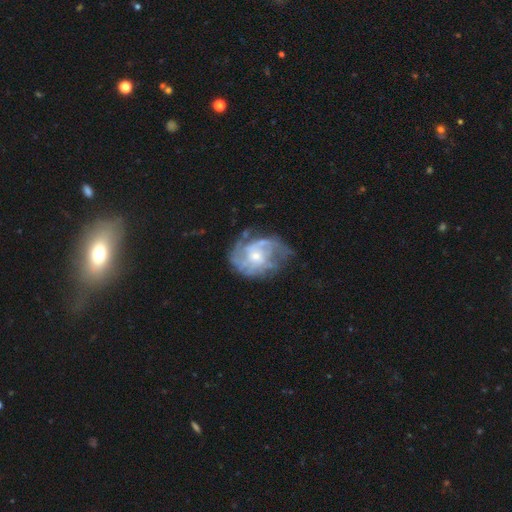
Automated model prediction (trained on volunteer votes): Morphology: type=featured or disk (81%); edge-on=no (98%); bar=no (71%); spiral arms=yes (84%); winding=tight (42%); arm count=can't tell (40%); bulge=small (55%); merging=none (53%).